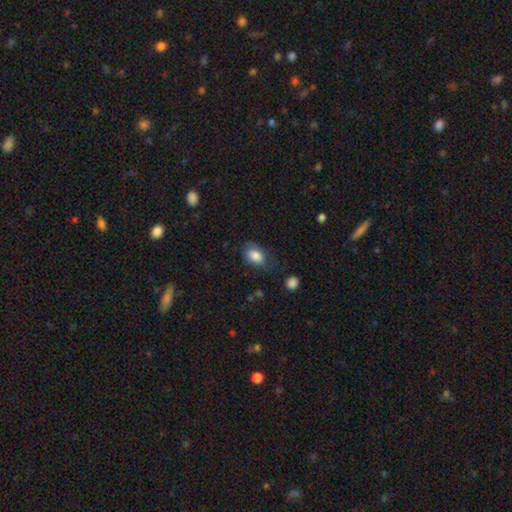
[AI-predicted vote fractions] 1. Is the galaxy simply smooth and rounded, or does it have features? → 82% smooth, 11% featured or disk, 7% star or artifact.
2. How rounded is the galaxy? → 87% in between, 12% round, 1% cigar-shaped.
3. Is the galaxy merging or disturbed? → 62% none, 25% minor disturbance, 12% major disturbance, 2% merger.